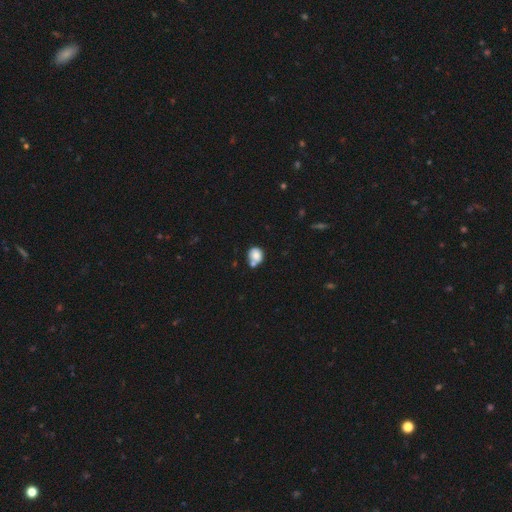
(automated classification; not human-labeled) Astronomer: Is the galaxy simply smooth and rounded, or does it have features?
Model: smooth — 79%.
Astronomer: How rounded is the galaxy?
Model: round — 70%.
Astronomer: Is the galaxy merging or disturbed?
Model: none — 47% (runner-up: merger, 29%).